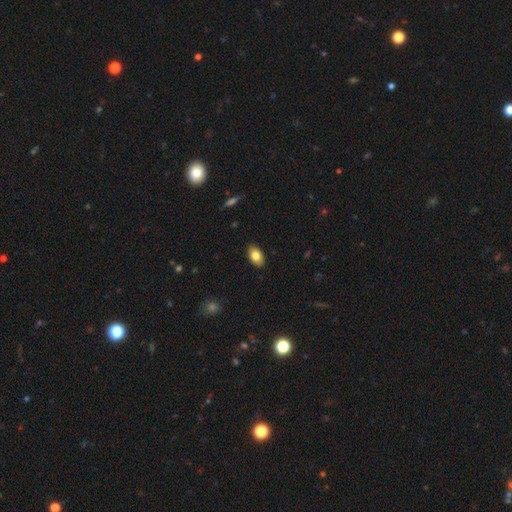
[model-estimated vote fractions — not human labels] This is clearly a smooth galaxy (81%). How rounded: clearly in between (92%). Merging: clearly none (89%).